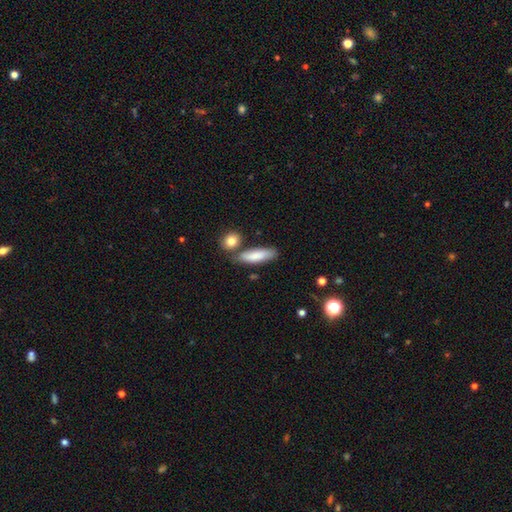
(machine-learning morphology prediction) Smooth or featured? Predicted: smooth (p=0.82). How rounded? Predicted: cigar-shaped (p=0.56). Merging? Predicted: none (p=0.70).